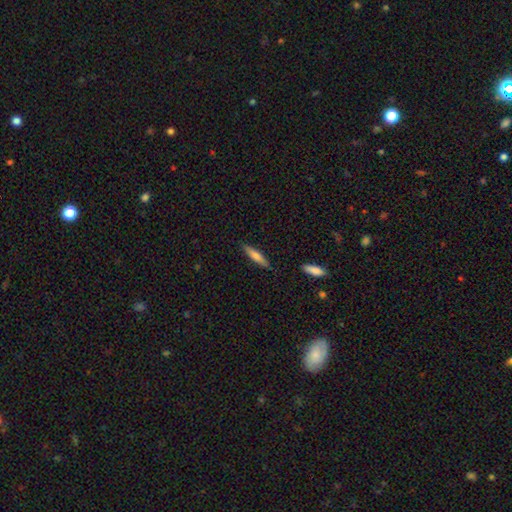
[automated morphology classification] smooth 65%, featured or disk 29%, star or artifact 6%. Down the decision tree: how rounded — cigar-shaped (84%); merging — none (87%).